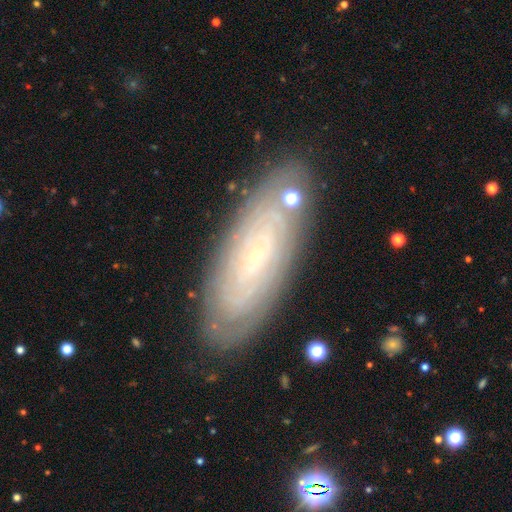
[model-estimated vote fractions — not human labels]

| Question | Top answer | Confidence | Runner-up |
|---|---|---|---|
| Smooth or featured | featured or disk | 70% | smooth (22%) |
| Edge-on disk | no | 87% | yes (13%) |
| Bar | no | 71% | weak (23%) |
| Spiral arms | yes | 86% | no (14%) |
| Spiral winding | tight | 79% | medium (16%) |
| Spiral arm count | can't tell | 64% | 2 (10%) |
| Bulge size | small | 86% | moderate (8%) |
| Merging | none | 81% | minor disturbance (13%) |